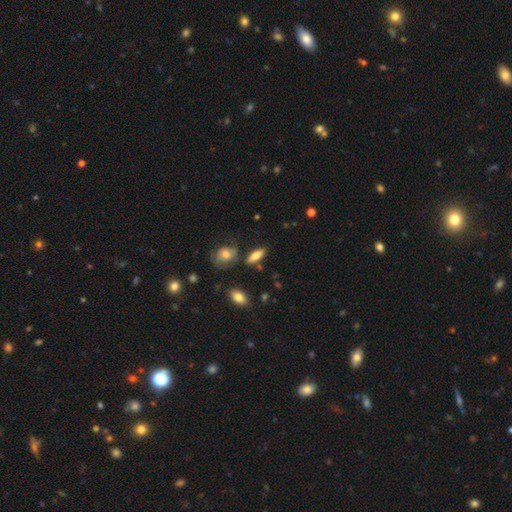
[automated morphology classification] Smooth or featured? Predicted: smooth (p=0.68). How rounded? Predicted: in between (p=0.61). Merging? Predicted: none (p=0.75).